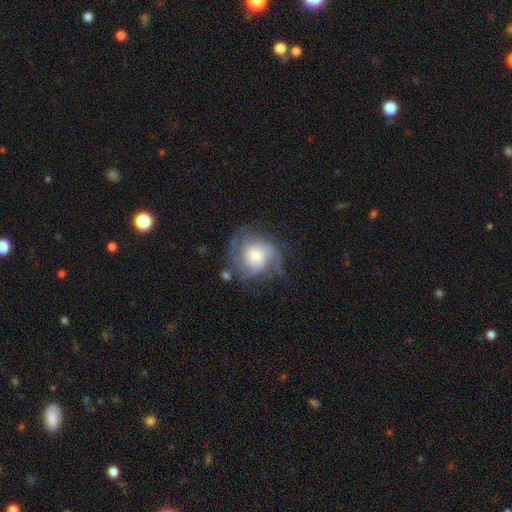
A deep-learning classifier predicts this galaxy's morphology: The model was most divided on "spiral arm count": 3: 32%, can't tell: 26%, 2: 21%, 4: 11%, 1: 6%, more than 4: 5%. Remaining: edge-on disk — no (98%); spiral arms — yes (92%); bar — no (76%); smooth or featured — featured or disk (75%); merging — none (62%); bulge size — moderate (48%); spiral winding — tight (45%).